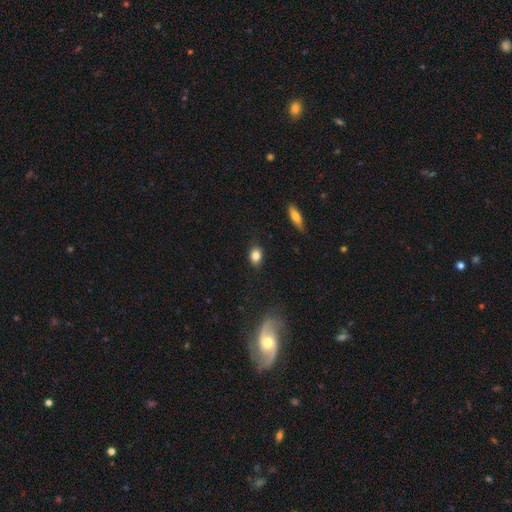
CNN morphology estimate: type=smooth (84%); roundness=in between (67%); merging=none (83%).